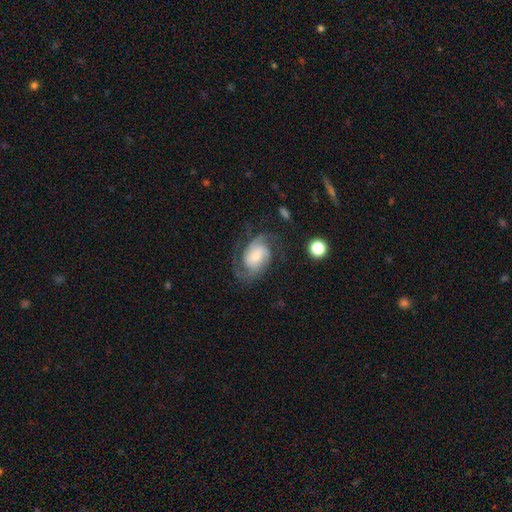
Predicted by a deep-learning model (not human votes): The model was most divided on "bulge size": small: 41%, moderate: 31%, large: 17%, none: 7%, dominant: 4%. Remaining: edge-on disk — no (97%); spiral arms — yes (95%); smooth or featured — featured or disk (78%); spiral arm count — 2 (60%); merging — none (60%); bar — no (54%); spiral winding — medium (48%).